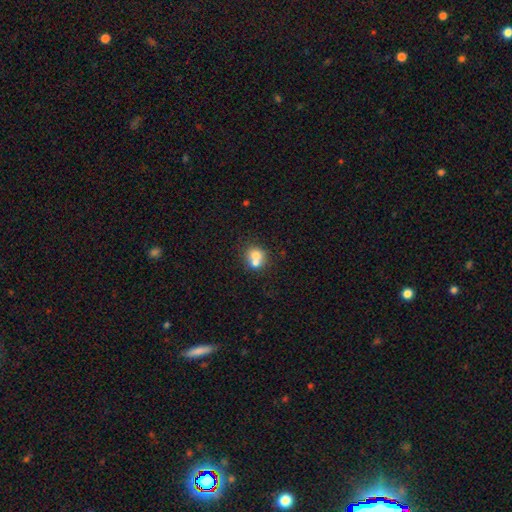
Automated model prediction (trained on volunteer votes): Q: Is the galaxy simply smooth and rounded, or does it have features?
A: smooth — 69%.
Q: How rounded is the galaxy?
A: round — 78%.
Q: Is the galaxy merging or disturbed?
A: merger — 57%.